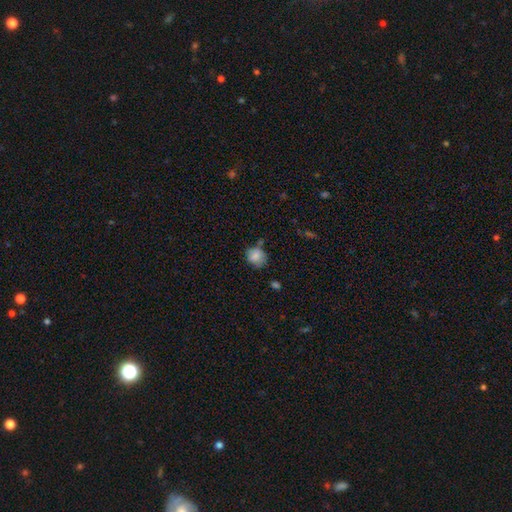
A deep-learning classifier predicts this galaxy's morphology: Q: Smooth or featured?
A: smooth (83%); runner-up: star or artifact (9%)
Q: How rounded?
A: round (71%); runner-up: in between (28%)
Q: Merging?
A: none (60%); runner-up: minor disturbance (26%)